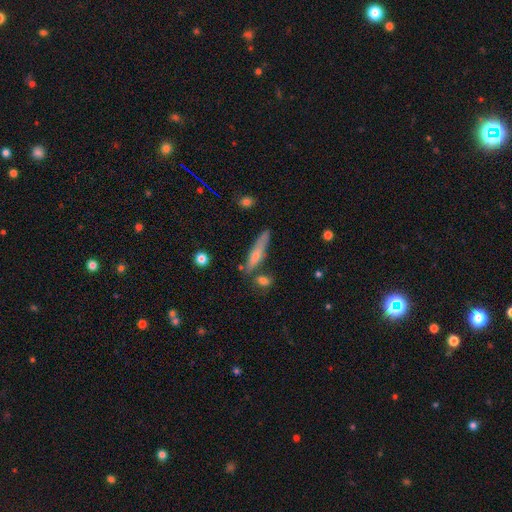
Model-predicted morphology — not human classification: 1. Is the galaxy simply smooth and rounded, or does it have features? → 58% smooth, 33% featured or disk, 9% star or artifact.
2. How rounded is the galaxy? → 86% cigar-shaped, 12% in between, 2% round.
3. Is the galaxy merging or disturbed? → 66% none, 20% minor disturbance, 9% merger, 5% major disturbance.